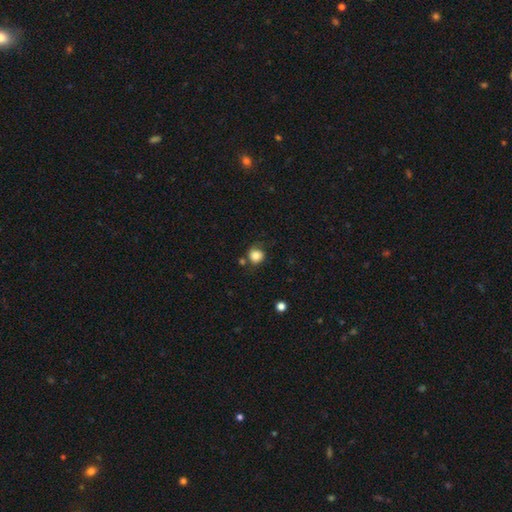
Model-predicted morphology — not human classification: Overall: smooth (83%). How rounded: round (86%). Merging: none (67%).